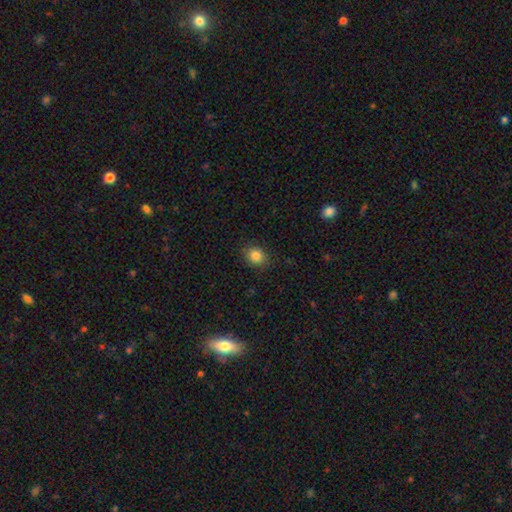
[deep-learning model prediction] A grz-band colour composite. It shows a smooth galaxy with no disk features (84%) that is round (60%). Merging: none (87%).